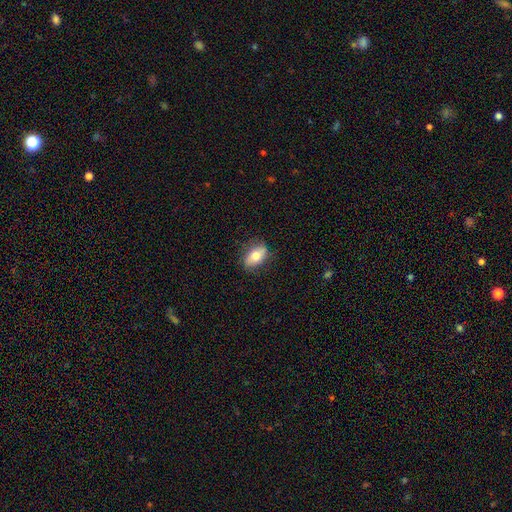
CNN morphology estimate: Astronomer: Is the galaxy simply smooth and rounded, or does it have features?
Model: smooth — 70%.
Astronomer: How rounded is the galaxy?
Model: in between — 86%.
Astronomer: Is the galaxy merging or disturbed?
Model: none — 80%.